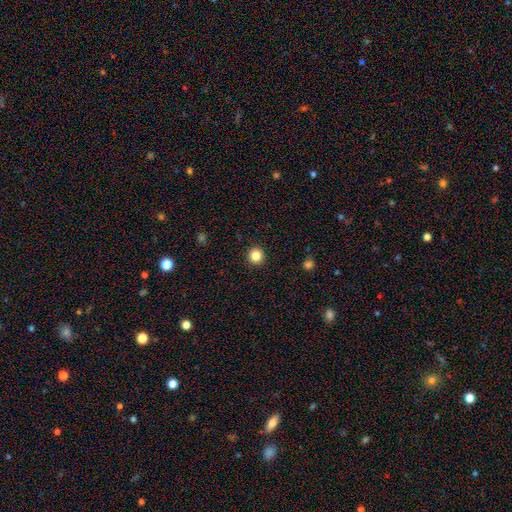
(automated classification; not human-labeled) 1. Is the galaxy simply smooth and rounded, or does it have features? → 85% smooth, 11% star or artifact, 4% featured or disk.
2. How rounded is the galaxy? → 95% round, 4% in between, 1% cigar-shaped.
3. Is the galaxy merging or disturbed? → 93% none, 4% minor disturbance, 2% major disturbance, 1% merger.